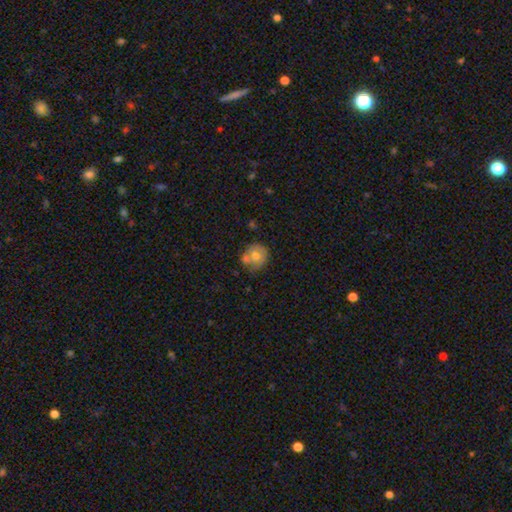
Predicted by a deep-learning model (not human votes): Morphology: type=smooth (62%); roundness=round (83%); merging=none (51%).